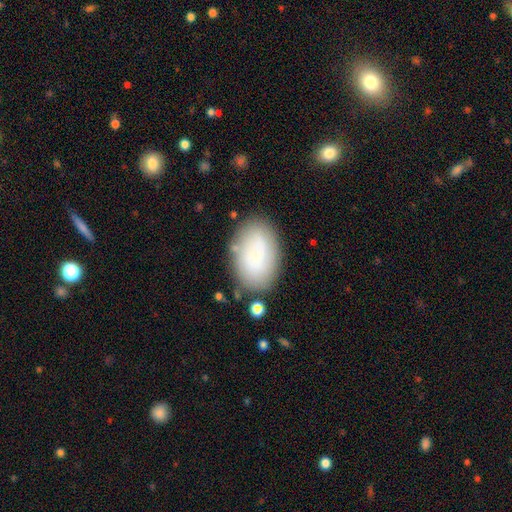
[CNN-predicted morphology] Q: Smooth or featured?
A: smooth (72%); runner-up: featured or disk (19%)
Q: How rounded?
A: in between (90%); runner-up: round (9%)
Q: Merging?
A: none (74%); runner-up: minor disturbance (16%)